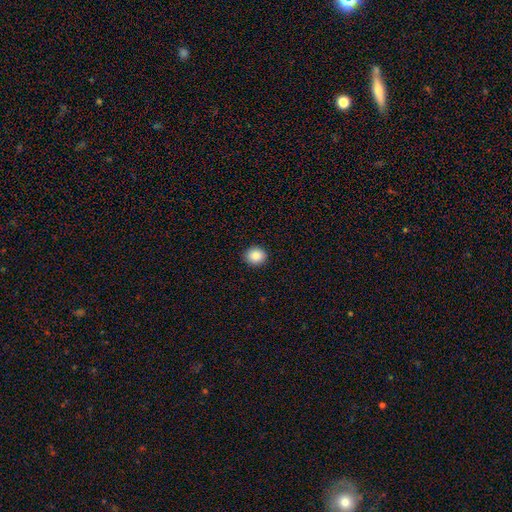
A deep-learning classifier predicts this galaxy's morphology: Overall: smooth (87%). How rounded: round (83%). Merging: none (92%).